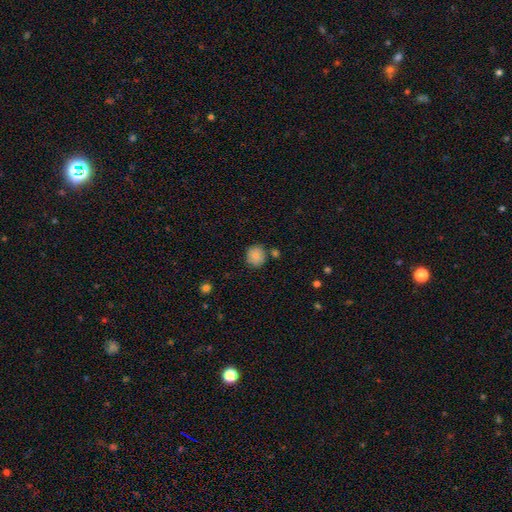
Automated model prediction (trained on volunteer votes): smooth_or_featured: smooth (p=0.85) [alt: star or artifact p=0.08]
how_rounded: round (p=0.87) [alt: in between p=0.12]
merging: none (p=0.77) [alt: minor disturbance p=0.13]